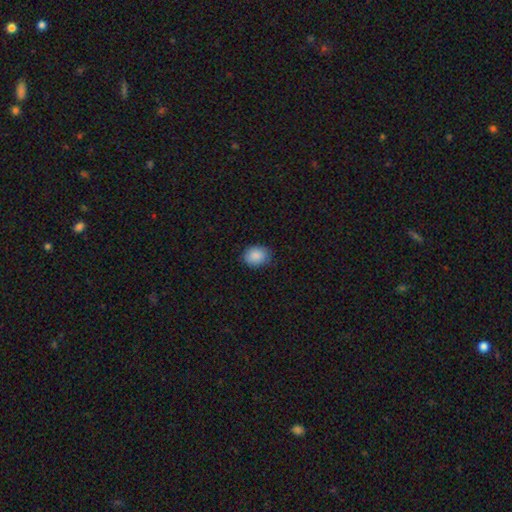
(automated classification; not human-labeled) This is clearly a smooth galaxy (88%). How rounded: possibly in between (51%). Merging: clearly none (84%).